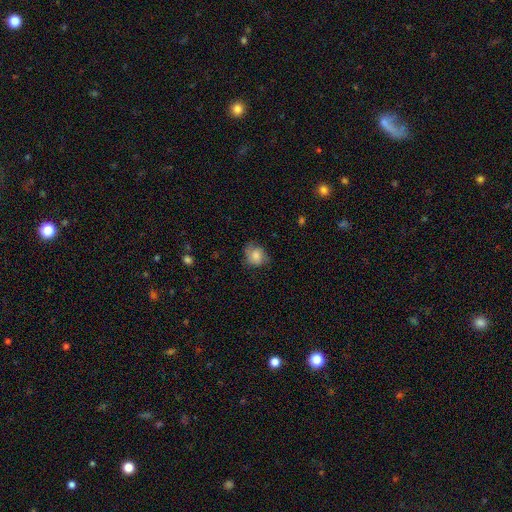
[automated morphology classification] This is likely a smooth galaxy (73%). How rounded: likely round (65%). Merging: likely none (61%).